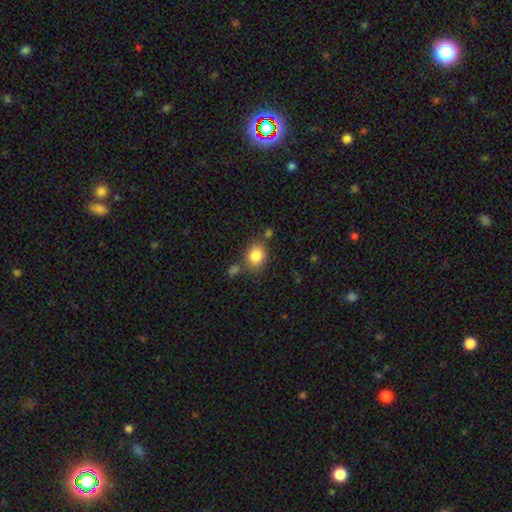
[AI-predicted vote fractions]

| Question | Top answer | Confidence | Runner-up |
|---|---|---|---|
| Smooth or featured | smooth | 83% | star or artifact (9%) |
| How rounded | round | 59% | in between (39%) |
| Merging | none | 67% | minor disturbance (16%) |